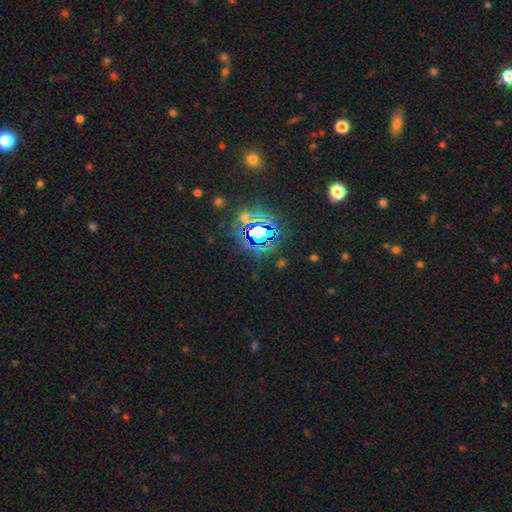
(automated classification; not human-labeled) Smooth or featured? Predicted: star or artifact (p=0.82).